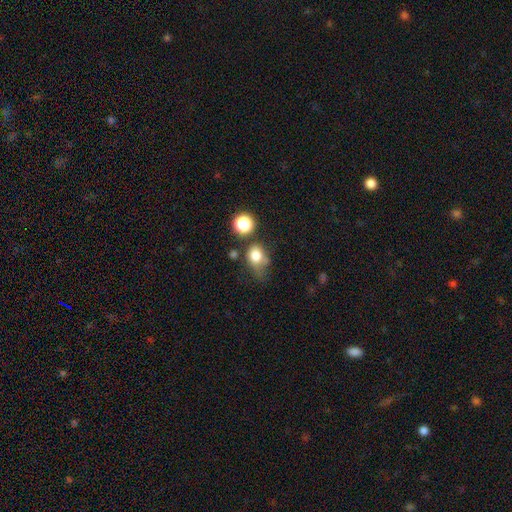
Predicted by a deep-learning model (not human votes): Morphology: type=smooth (77%); roundness=round (58%); merging=none (36%).